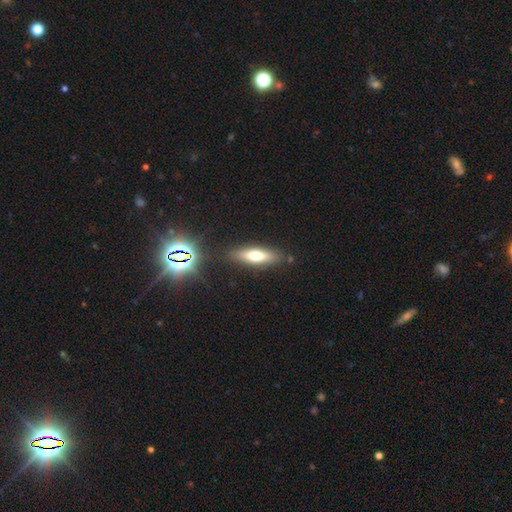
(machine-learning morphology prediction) This appears to be a smooth galaxy with no disk features (62%) that is cigar-shaped (58%). Merging: none (84%).